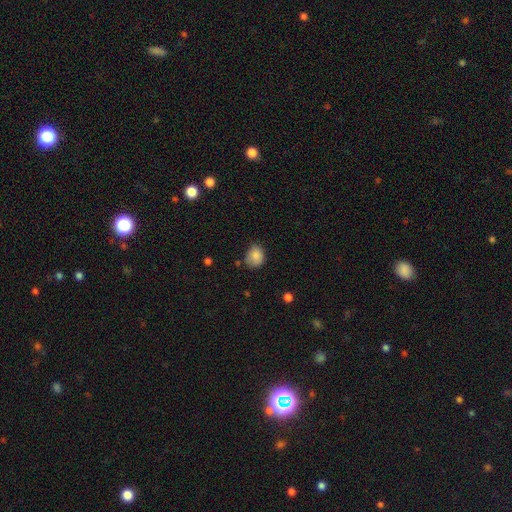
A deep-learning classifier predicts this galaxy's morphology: Q: Smooth or featured?
A: smooth (85%); runner-up: star or artifact (9%)
Q: How rounded?
A: round (62%); runner-up: in between (37%)
Q: Merging?
A: none (66%); runner-up: minor disturbance (26%)